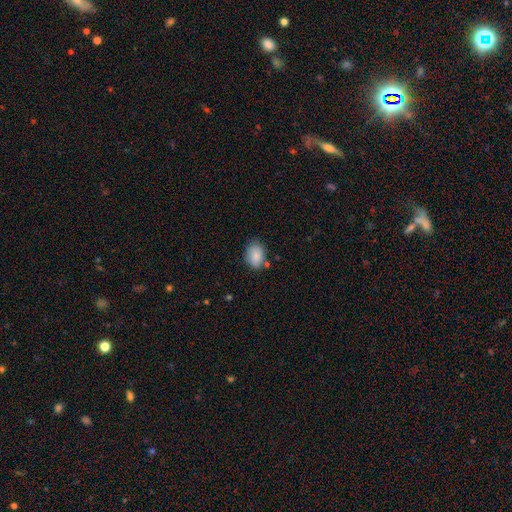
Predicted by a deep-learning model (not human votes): This is clearly a smooth galaxy (86%). How rounded: likely in between (78%). Merging: likely none (75%).